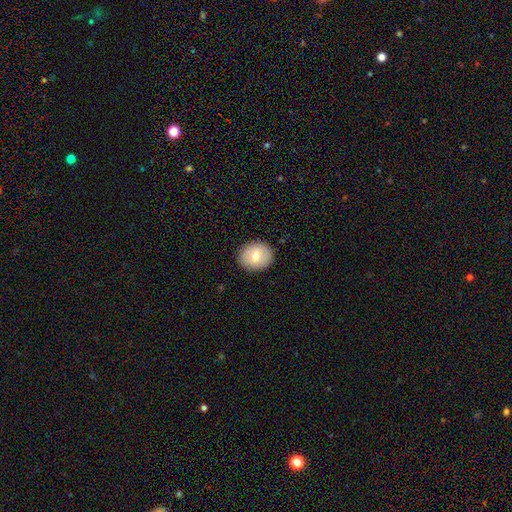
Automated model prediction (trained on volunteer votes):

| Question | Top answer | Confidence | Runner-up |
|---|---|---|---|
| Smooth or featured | smooth | 72% | featured or disk (20%) |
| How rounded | round | 69% | in between (31%) |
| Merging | none | 89% | minor disturbance (8%) |